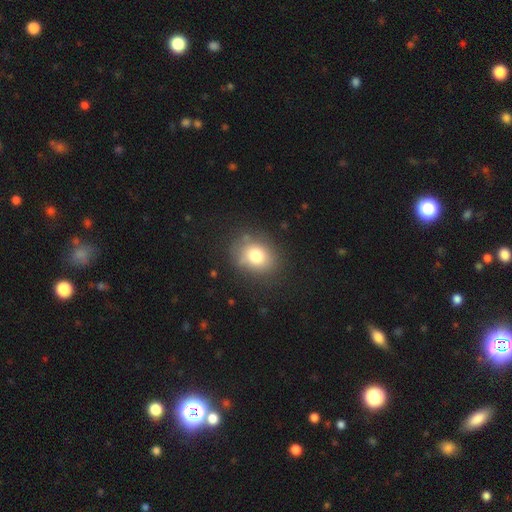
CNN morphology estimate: A smooth galaxy with no disk features (77%) that is round (51%). Merging: none (77%).